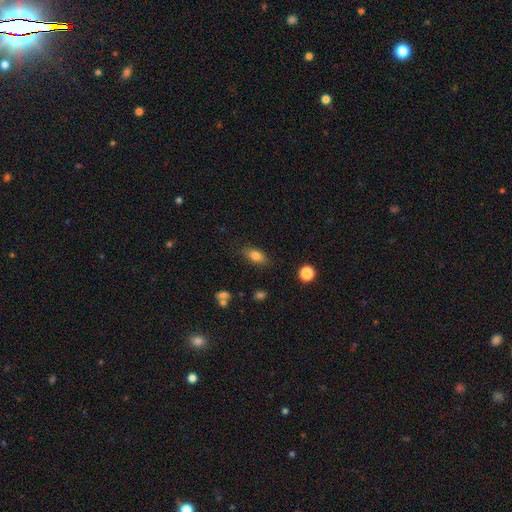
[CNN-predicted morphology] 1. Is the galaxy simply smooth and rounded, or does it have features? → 80% smooth, 11% featured or disk, 9% star or artifact.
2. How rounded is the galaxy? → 84% in between, 8% cigar-shaped, 8% round.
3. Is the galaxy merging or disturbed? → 82% none, 13% minor disturbance, 3% major disturbance, 2% merger.